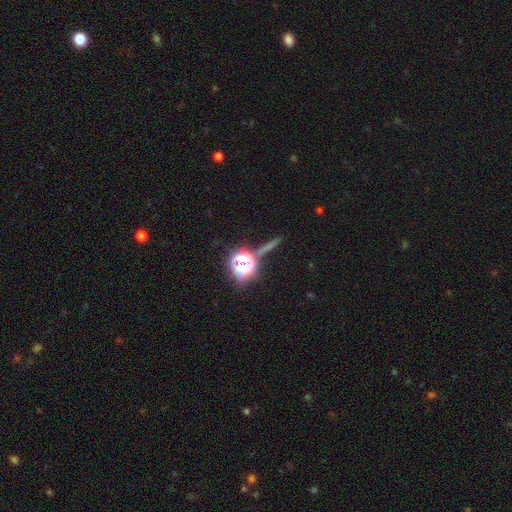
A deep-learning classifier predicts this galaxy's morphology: smooth_or_featured: star or artifact (p=0.70) [alt: smooth p=0.20]